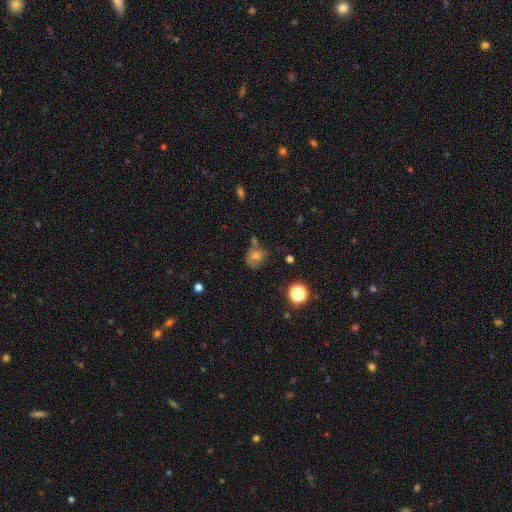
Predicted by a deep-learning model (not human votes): Overall: smooth (60%; featured or disk 22%). How rounded: round (67%; in between 32%). Merging: none (53%; minor disturbance 24%).